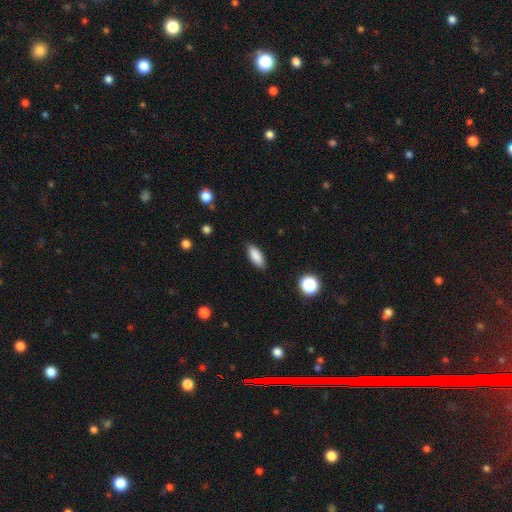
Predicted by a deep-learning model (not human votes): The model was most divided on "how rounded": in between: 78%, cigar-shaped: 20%, round: 2%. More confident: merging — none (88%); smooth or featured — smooth (87%).